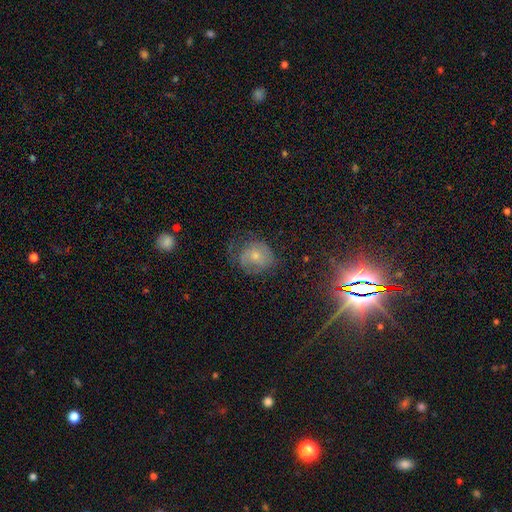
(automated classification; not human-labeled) Smooth or featured? smooth (45%)
Merging? none (49%)